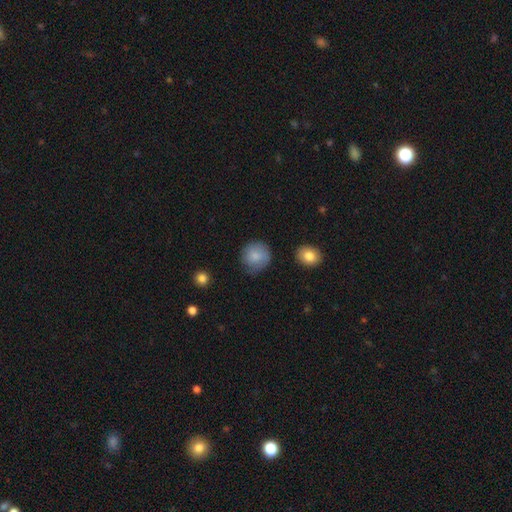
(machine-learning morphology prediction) Smooth or featured?
  - smooth: 83% *
  - featured or disk: 10%
  - star or artifact: 7%
How rounded?
  - round: 89% *
  - in between: 10%
  - cigar-shaped: 1%
Merging?
  - none: 68% *
  - minor disturbance: 23%
  - major disturbance: 6%
  - merger: 2%